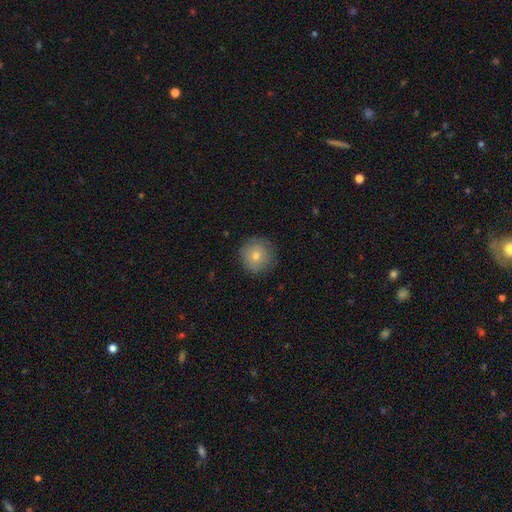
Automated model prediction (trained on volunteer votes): Smooth or featured? Predicted: smooth (p=0.70). How rounded? Predicted: round (p=0.95). Merging? Predicted: none (p=0.86).